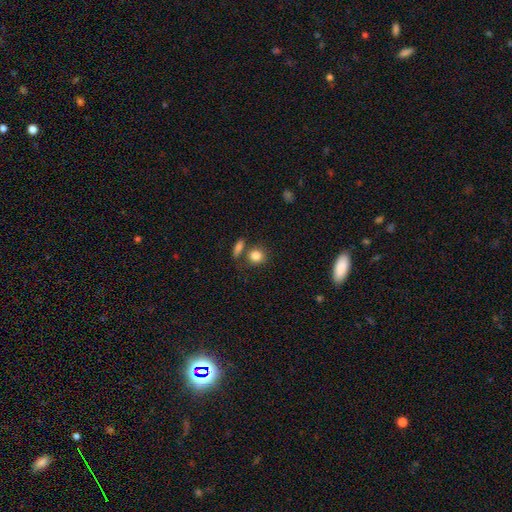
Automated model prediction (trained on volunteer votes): smooth-or-featured: smooth: 83% | star or artifact: 10% | featured or disk: 7%
  how-rounded: round: 79% | in between: 19% | cigar-shaped: 2%
  merging: none: 63% | merger: 21% | minor disturbance: 11% | major disturbance: 5%